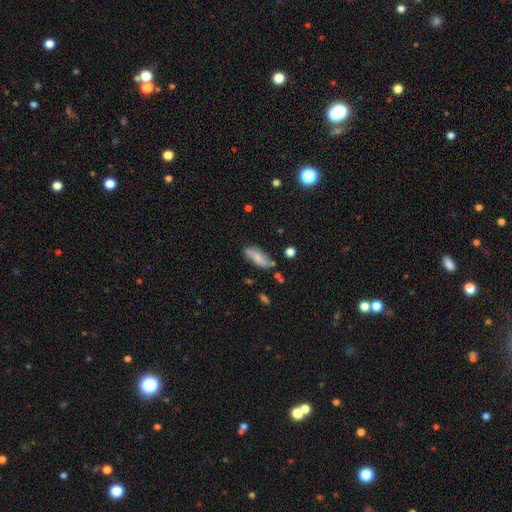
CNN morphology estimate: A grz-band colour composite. It shows a smooth galaxy with no disk features (56%) that is in between round and cigar-shaped (66%). Merging: none (71%).